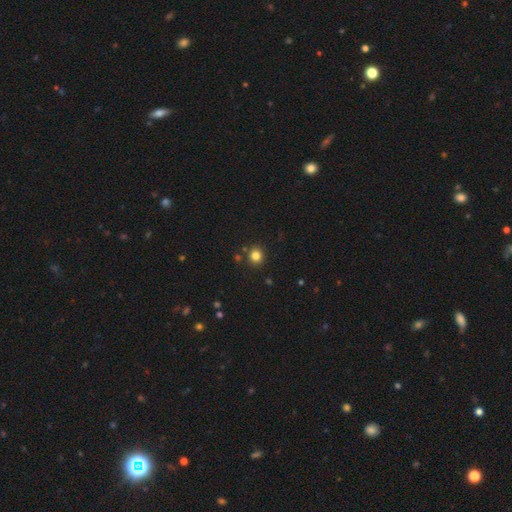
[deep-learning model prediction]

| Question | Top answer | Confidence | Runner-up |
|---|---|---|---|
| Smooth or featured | smooth | 81% | star or artifact (13%) |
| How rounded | round | 87% | in between (12%) |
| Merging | none | 87% | minor disturbance (7%) |